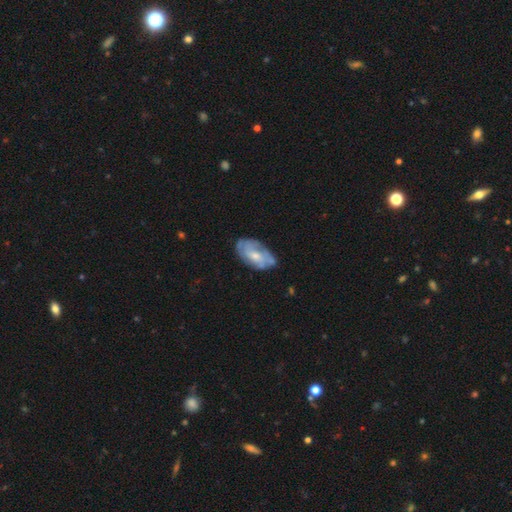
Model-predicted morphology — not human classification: Q: Smooth or featured?
A: featured or disk (55%); runner-up: smooth (39%)
Q: Edge-on disk?
A: no (94%); runner-up: yes (6%)
Q: Bar?
A: no (70%); runner-up: weak (26%)
Q: Spiral arms?
A: yes (61%); runner-up: no (39%)
Q: Bulge size?
A: moderate (47%); runner-up: small (46%)
Q: Merging?
A: none (63%); runner-up: minor disturbance (27%)